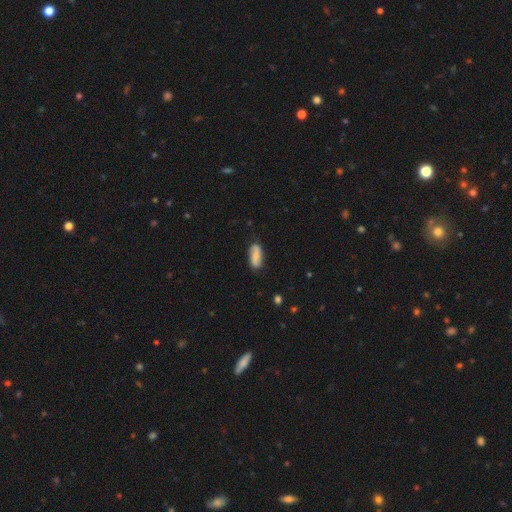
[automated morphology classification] This appears to be a smooth galaxy with no disk features (75%) that is in between round and cigar-shaped (71%). Merging: none (78%).